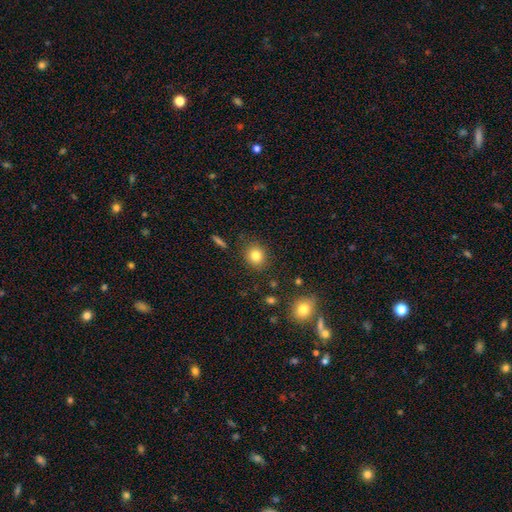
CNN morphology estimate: Smooth or featured? Predicted: smooth (p=0.82). How rounded? Predicted: round (p=0.74). Merging? Predicted: none (p=0.87).